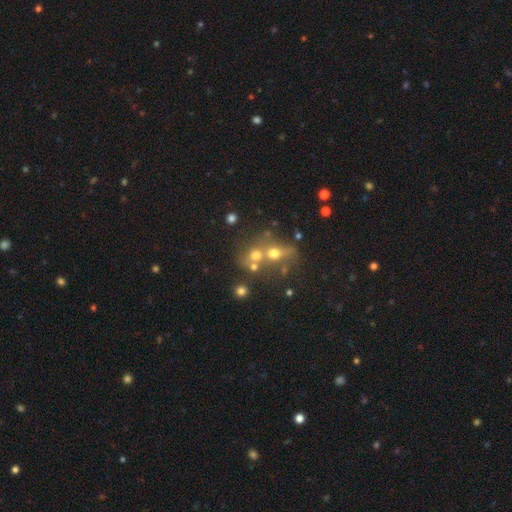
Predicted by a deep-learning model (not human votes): Smooth or featured? Predicted: smooth (p=0.59). How rounded? Predicted: round (p=0.72). Merging? Predicted: merger (p=0.53).